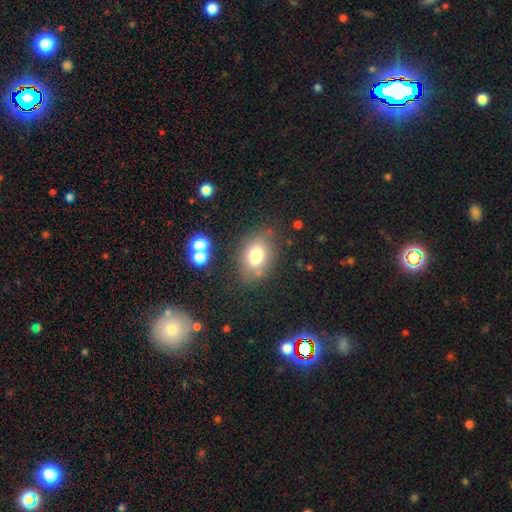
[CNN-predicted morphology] smooth 74%, featured or disk 14%, star or artifact 12%. Down the decision tree: how rounded — in between (73%); merging — none (72%).